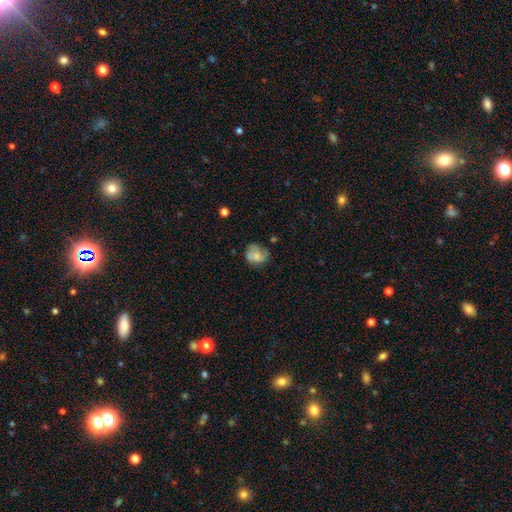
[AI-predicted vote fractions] The model was most divided on "merging": none: 50%, minor disturbance: 29%, major disturbance: 17%, merger: 4%. More confident: how rounded — round (65%); smooth or featured — smooth (60%).